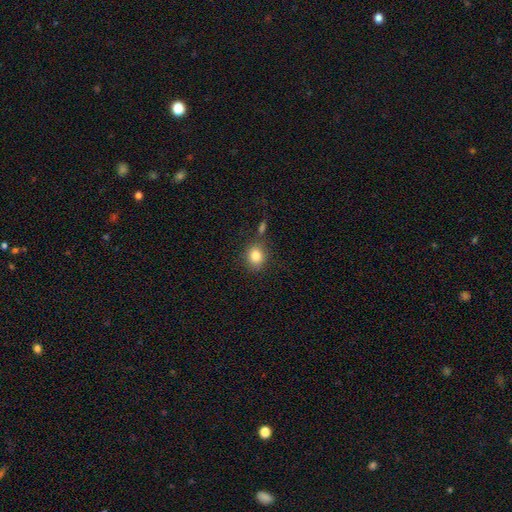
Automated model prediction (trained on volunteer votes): Morphology: type=smooth (82%); roundness=round (70%); merging=none (77%).